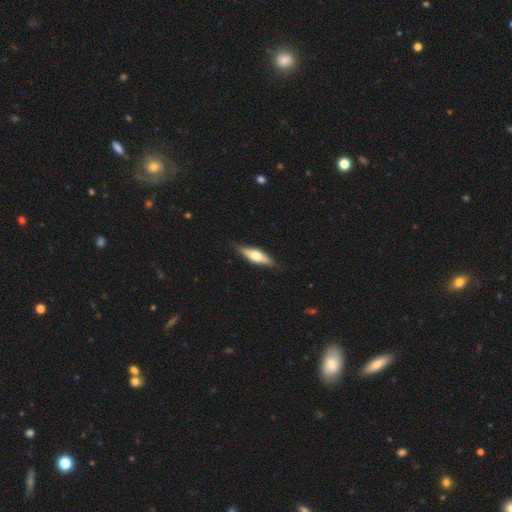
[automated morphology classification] Smooth or featured? Predicted: smooth (p=0.51). How rounded? Predicted: cigar-shaped (p=0.53). Merging? Predicted: none (p=0.85).